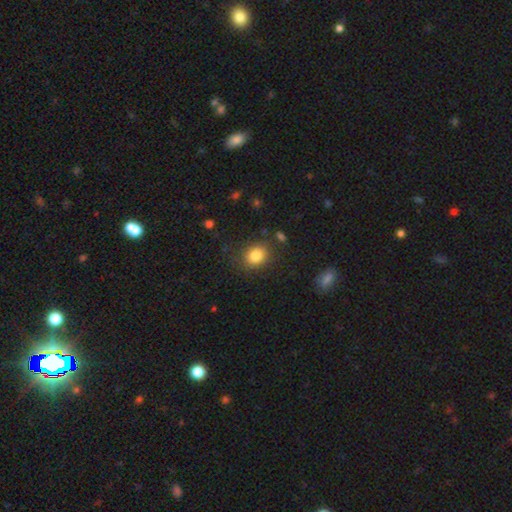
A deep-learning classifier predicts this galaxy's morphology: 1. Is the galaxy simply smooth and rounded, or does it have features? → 83% smooth, 10% star or artifact, 7% featured or disk.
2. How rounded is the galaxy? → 55% round, 44% in between, 1% cigar-shaped.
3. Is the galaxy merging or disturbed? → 81% none, 12% minor disturbance, 4% major disturbance, 3% merger.